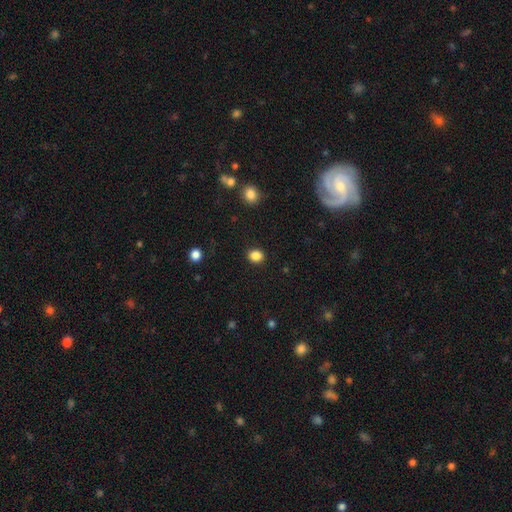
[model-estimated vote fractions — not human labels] Morphology: type=smooth (86%); roundness=round (65%); merging=none (90%).